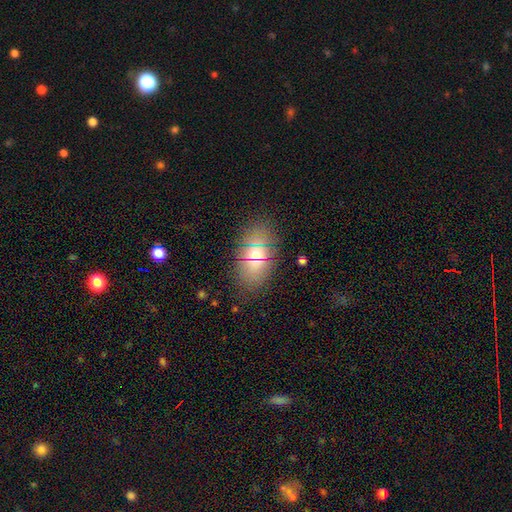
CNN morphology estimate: A smooth galaxy with no disk features (65%) that is in between round and cigar-shaped (79%).

Vote fractions:
- Smooth or featured? smooth: 65% / star or artifact: 18% / featured or disk: 17%
- How rounded? in between: 79% / round: 19% / cigar-shaped: 2%
- Merging? none: 82% / minor disturbance: 11% / major disturbance: 5% / merger: 1%